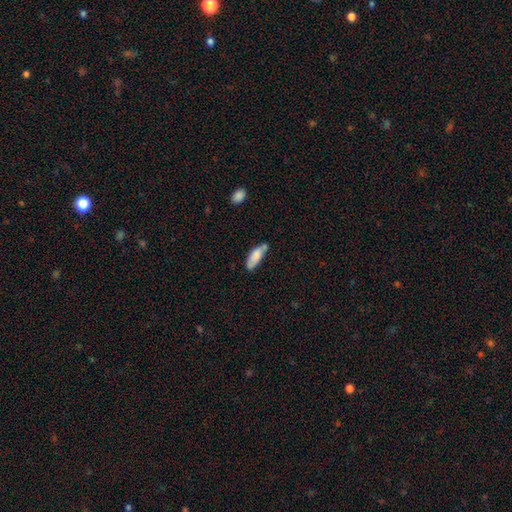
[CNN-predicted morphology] This is likely a smooth galaxy (79%). How rounded: likely in between (64%). Merging: possibly none (50%).